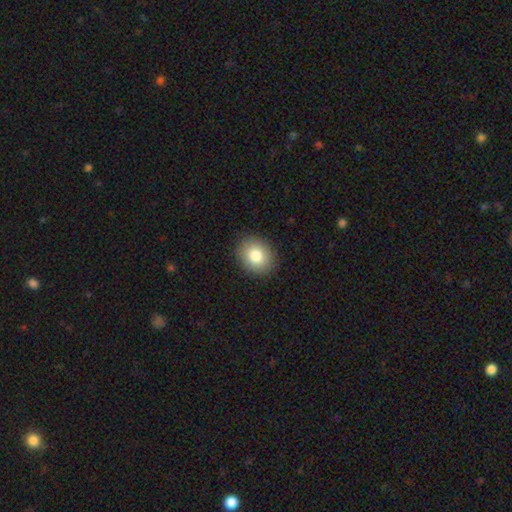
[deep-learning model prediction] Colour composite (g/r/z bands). It shows a smooth galaxy with no disk features (82%) that is round (52%). Merging: none (89%).